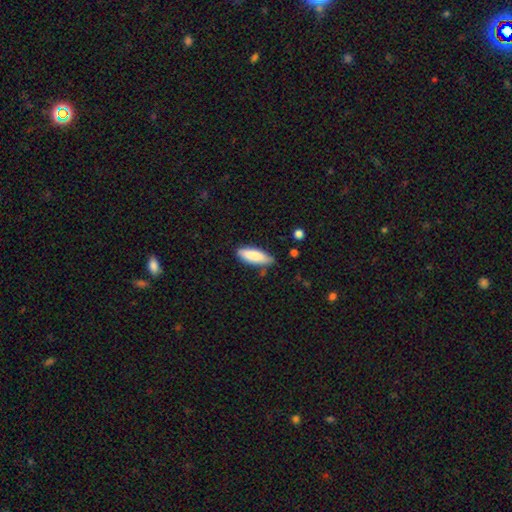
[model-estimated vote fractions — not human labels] Morphology: type=smooth (84%); roundness=in between (61%); merging=none (72%).